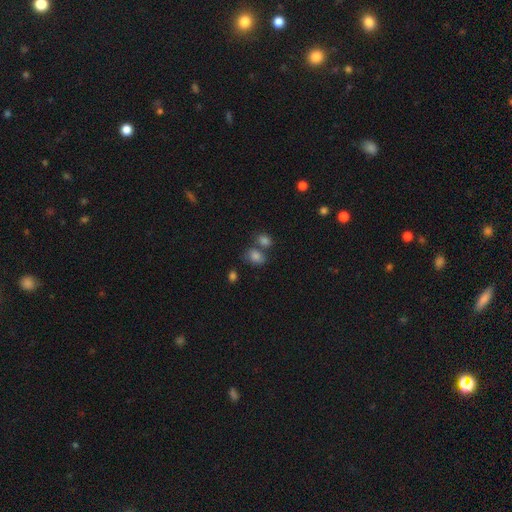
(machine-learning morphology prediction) The model was most divided on "merging": none: 48%, merger: 32%, minor disturbance: 14%, major disturbance: 6%. More confident: smooth or featured — smooth (80%); how rounded — in between (70%).